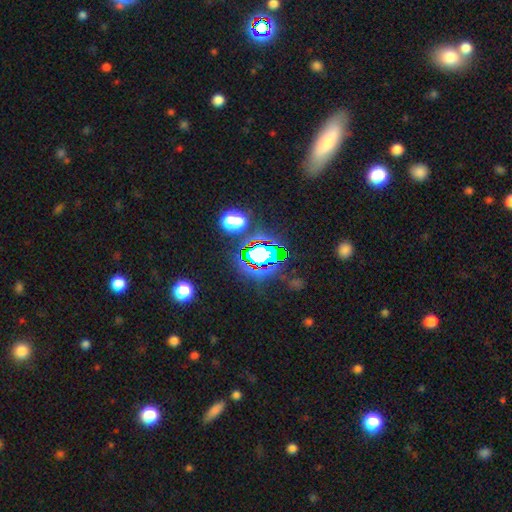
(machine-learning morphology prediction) smooth-or-featured: star or artifact: 72% | smooth: 18% | featured or disk: 10%